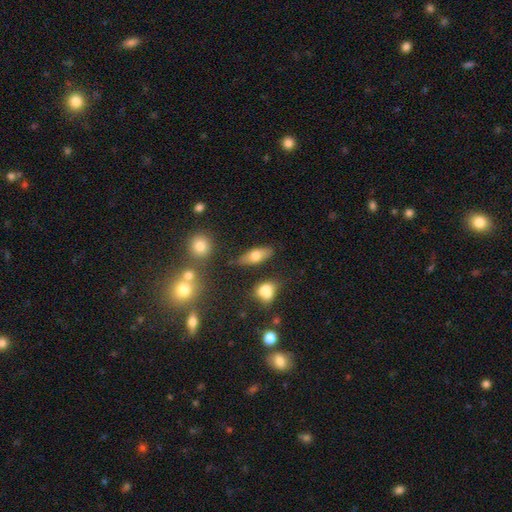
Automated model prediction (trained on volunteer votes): A smooth galaxy with no disk features (66%) that is in between round and cigar-shaped (70%). Merging: none (78%).